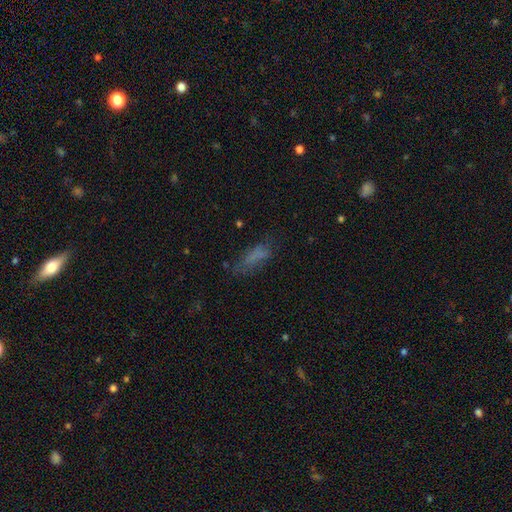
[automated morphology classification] This is likely a smooth galaxy (65%). How rounded: likely in between (61%). Merging: possibly none (53%).